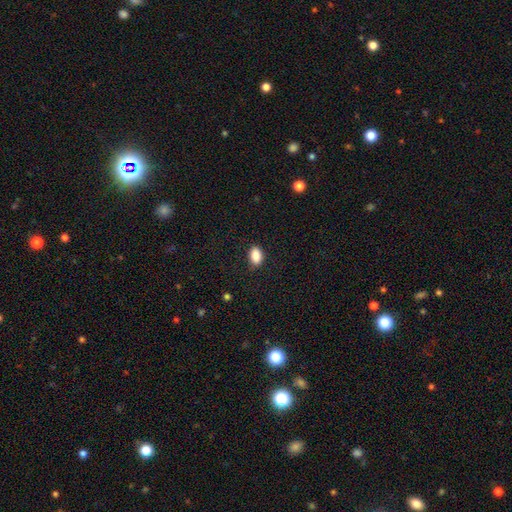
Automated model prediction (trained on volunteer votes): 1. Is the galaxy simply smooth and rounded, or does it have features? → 88% smooth, 8% star or artifact, 4% featured or disk.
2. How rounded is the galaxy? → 89% in between, 9% round, 2% cigar-shaped.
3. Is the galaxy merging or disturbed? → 86% none, 10% minor disturbance, 2% major disturbance, 1% merger.